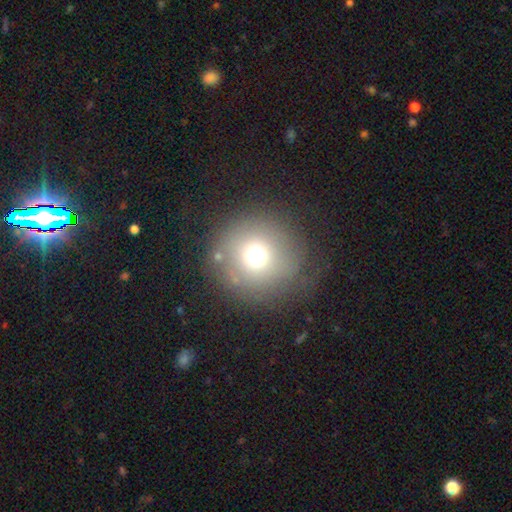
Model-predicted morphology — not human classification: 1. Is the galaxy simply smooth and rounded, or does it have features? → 68% smooth, 18% star or artifact, 14% featured or disk.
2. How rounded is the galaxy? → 95% round, 4% in between, 1% cigar-shaped.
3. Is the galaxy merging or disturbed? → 77% none, 12% minor disturbance, 8% major disturbance, 3% merger.